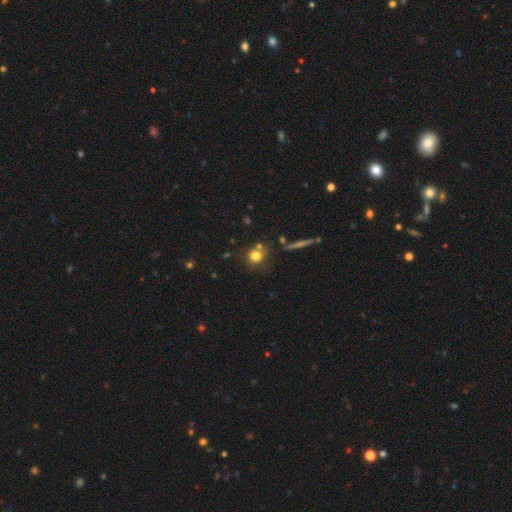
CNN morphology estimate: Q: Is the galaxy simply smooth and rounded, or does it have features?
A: smooth — 76%.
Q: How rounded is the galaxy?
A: round — 87%.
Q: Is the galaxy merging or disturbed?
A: none — 70%.